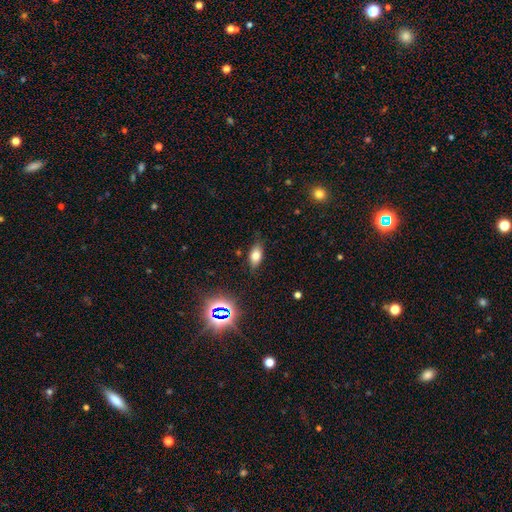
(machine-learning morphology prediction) type=smooth (72%); roundness=in between (86%); merging=none (82%).